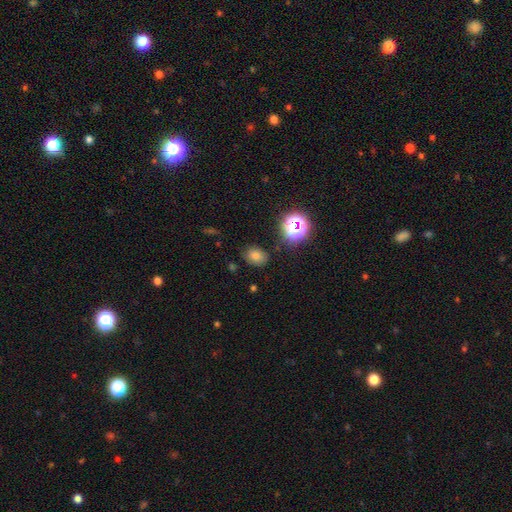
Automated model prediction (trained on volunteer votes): Overall: smooth (67%). How rounded: in between (58%; round 41%). Merging: none (83%).